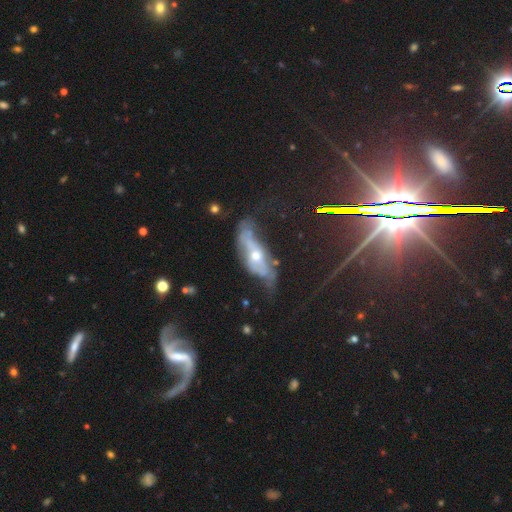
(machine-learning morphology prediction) Smooth or featured? Predicted: featured or disk (p=0.68). Edge-on disk? Predicted: no (p=0.73). Merging? Predicted: none (p=0.40).